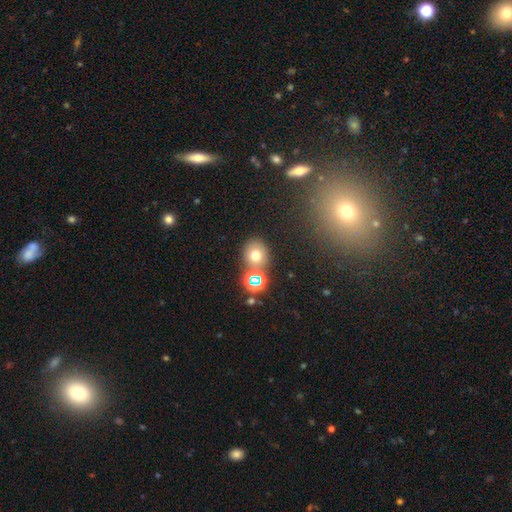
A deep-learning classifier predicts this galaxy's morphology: Smooth or featured? Predicted: smooth (p=0.65). How rounded? Predicted: round (p=0.74). Merging? Predicted: none (p=0.70).